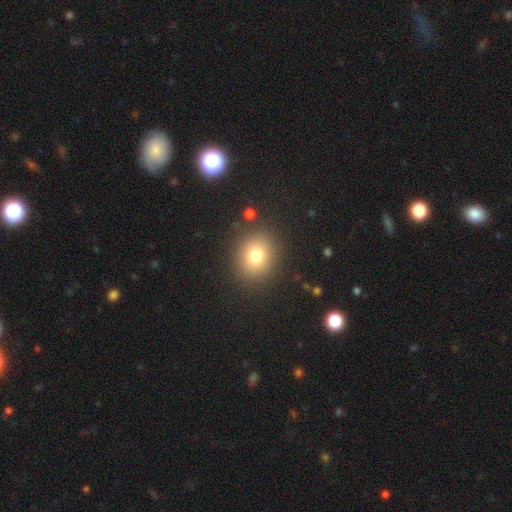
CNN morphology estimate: type=smooth (78%); roundness=round (69%); merging=none (86%).